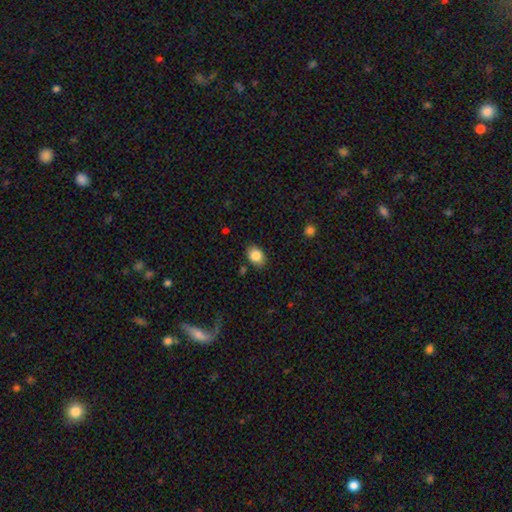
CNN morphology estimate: A smooth galaxy with no disk features (84%) that is in between round and cigar-shaped (75%). Merging: none (84%).